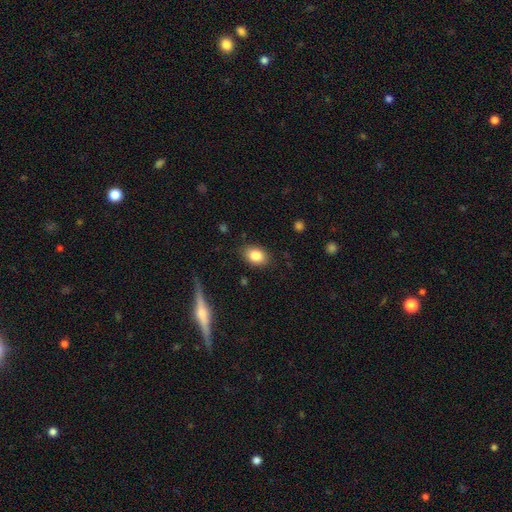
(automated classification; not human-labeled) smooth-or-featured: smooth: 85% | star or artifact: 8% | featured or disk: 7%
  how-rounded: in between: 77% | round: 21% | cigar-shaped: 1%
  merging: none: 85% | minor disturbance: 11% | major disturbance: 3% | merger: 1%